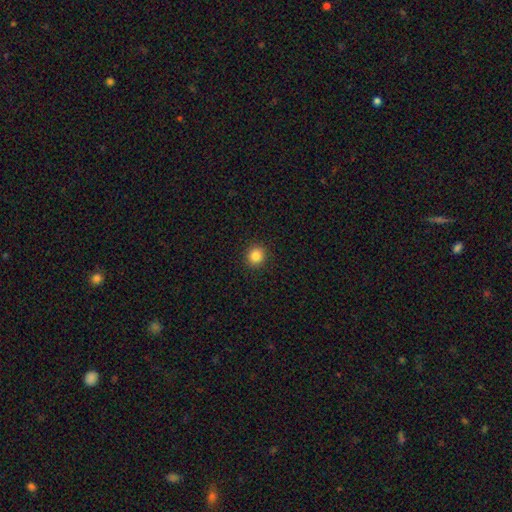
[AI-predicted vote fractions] smooth-or-featured: smooth: 84% | star or artifact: 11% | featured or disk: 4%
  how-rounded: round: 92% | in between: 8% | cigar-shaped: 1%
  merging: none: 92% | minor disturbance: 5% | major disturbance: 2% | merger: 1%